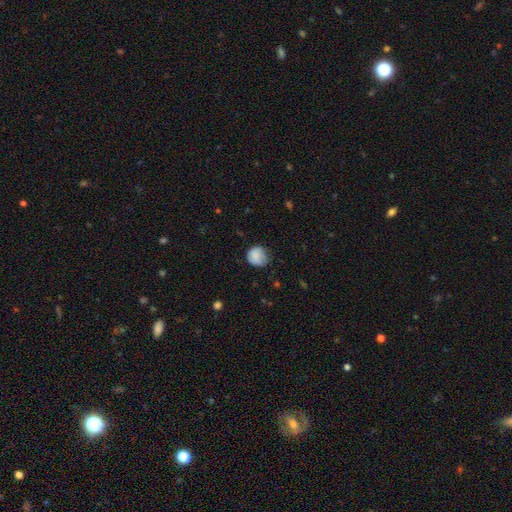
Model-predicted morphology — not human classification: smooth_or_featured: smooth (p=0.80) [alt: featured or disk p=0.12]
how_rounded: round (p=0.81) [alt: in between p=0.18]
merging: none (p=0.58) [alt: minor disturbance p=0.32]